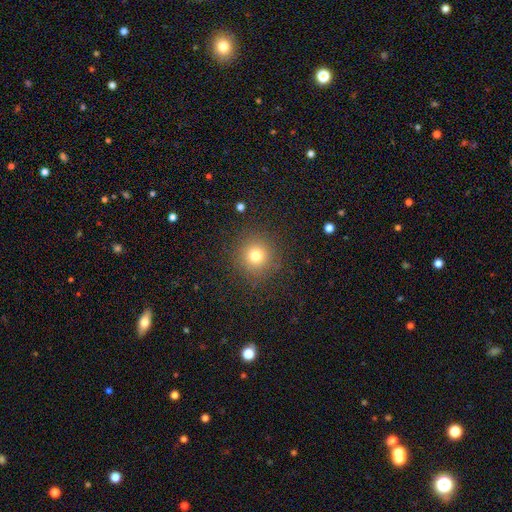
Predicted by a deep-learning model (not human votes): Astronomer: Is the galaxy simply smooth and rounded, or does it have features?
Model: smooth — 76%.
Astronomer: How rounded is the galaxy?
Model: round — 94%.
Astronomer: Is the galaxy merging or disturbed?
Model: none — 88%.